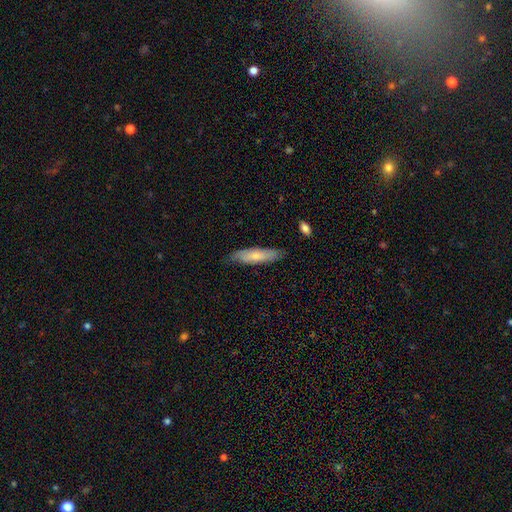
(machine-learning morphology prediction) Smooth or featured: smooth — 66% (featured or disk — 28%)
How rounded: cigar-shaped — 67% (in between — 31%)
Merging: none — 78% (minor disturbance — 17%)